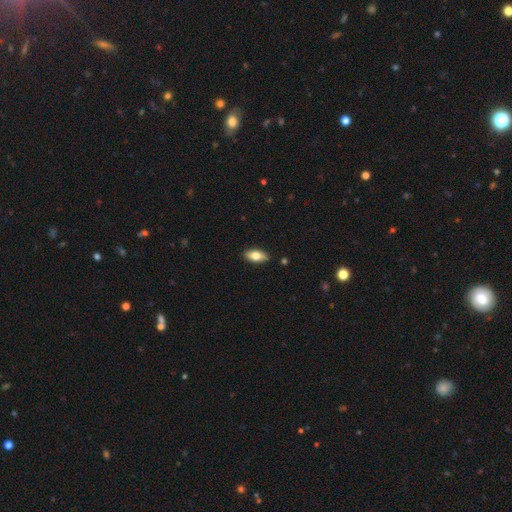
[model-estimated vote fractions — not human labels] A smooth galaxy with no disk features (76%) that is in between round and cigar-shaped (87%).

Vote fractions:
- Smooth or featured? smooth: 76% / featured or disk: 18% / star or artifact: 6%
- How rounded? in between: 87% / cigar-shaped: 11% / round: 3%
- Merging? none: 89% / minor disturbance: 8% / major disturbance: 2% / merger: 1%